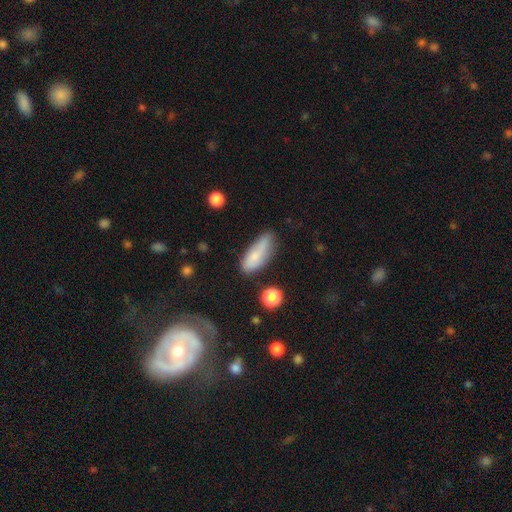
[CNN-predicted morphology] The model was most divided on "merging": none: 56%, minor disturbance: 30%, major disturbance: 9%, merger: 5%. More confident: smooth or featured — smooth (77%); how rounded — in between (67%).